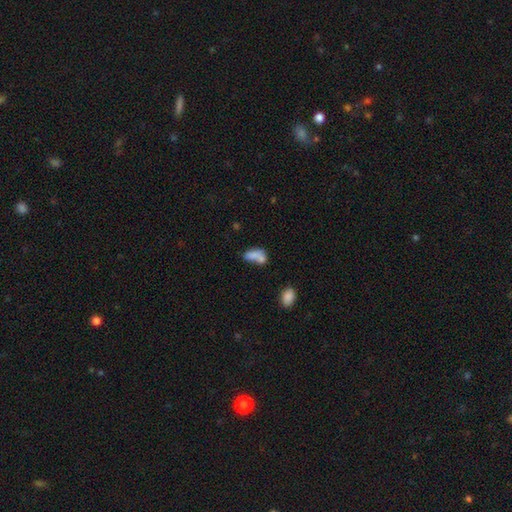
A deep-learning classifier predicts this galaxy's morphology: smooth_or_featured: smooth (p=0.75) [alt: featured or disk p=0.15]
how_rounded: in between (p=0.86) [alt: round p=0.08]
merging: merger (p=0.45) [alt: none p=0.27]